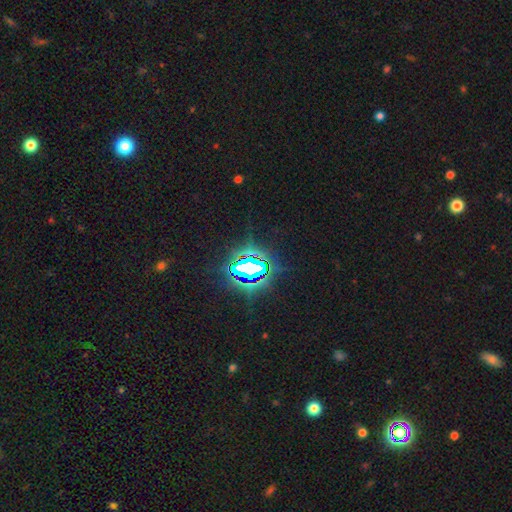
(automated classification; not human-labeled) smooth_or_featured: star or artifact (p=0.83) [alt: smooth p=0.11]